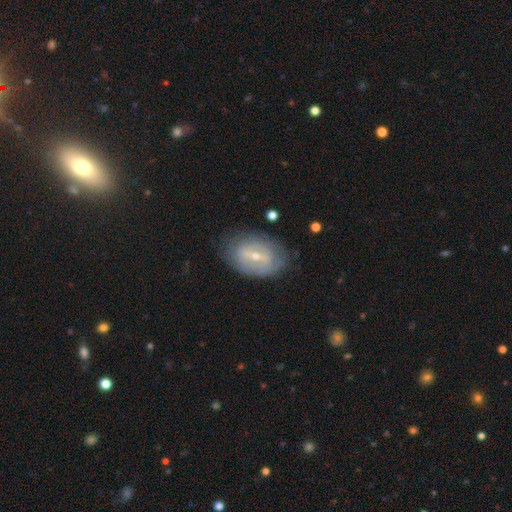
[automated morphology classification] A featured or disk galaxy (59%) with a weak bar (49%), spiral arms (66%) and a small central bulge (64%).

Vote fractions:
- Smooth or featured? featured or disk: 59% / smooth: 26% / star or artifact: 15%
- Edge-on disk? no: 93% / yes: 7%
- Bar? weak: 49% / no: 28% / strong: 23%
- Spiral arms? yes: 66% / no: 34%
- Bulge size? small: 64% / moderate: 32% / none: 2% / large: 1% / dominant: 1%
- Merging? none: 78% / minor disturbance: 15% / major disturbance: 5% / merger: 2%